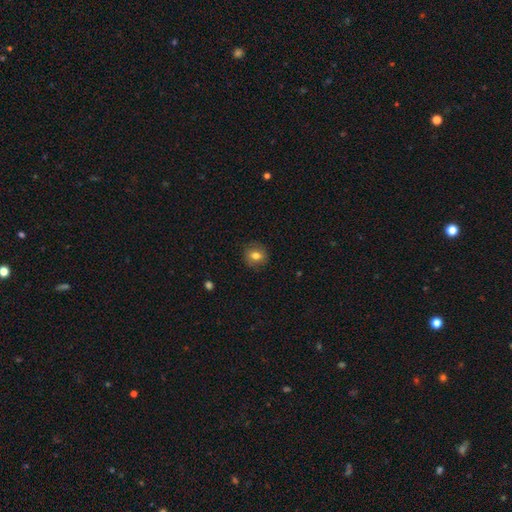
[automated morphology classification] The model was most divided on "how rounded": round: 82%, in between: 17%, cigar-shaped: 1%. More confident: merging — none (87%); smooth or featured — smooth (78%).